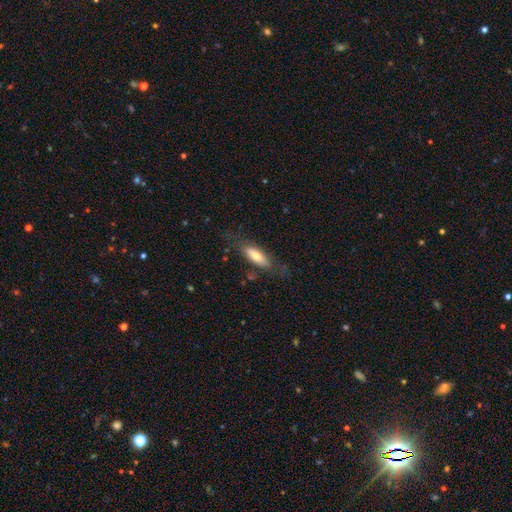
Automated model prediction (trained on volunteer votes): smooth-or-featured: smooth: 66% | featured or disk: 28% | star or artifact: 6%
  how-rounded: in between: 57% | cigar-shaped: 41% | round: 2%
  merging: none: 70% | minor disturbance: 19% | major disturbance: 9% | merger: 2%